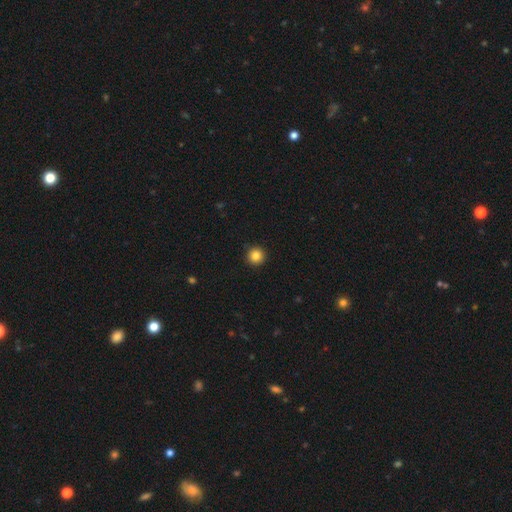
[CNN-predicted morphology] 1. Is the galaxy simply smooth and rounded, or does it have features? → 85% smooth, 10% star or artifact, 5% featured or disk.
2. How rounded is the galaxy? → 96% round, 3% in between, 1% cigar-shaped.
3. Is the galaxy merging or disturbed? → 93% none, 5% minor disturbance, 1% major disturbance, 1% merger.